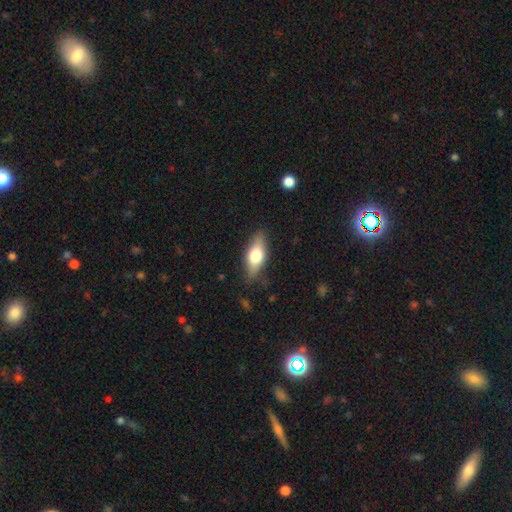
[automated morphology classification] A smooth galaxy with no disk features (58%) that is in between round and cigar-shaped (72%). Merging: none (83%).